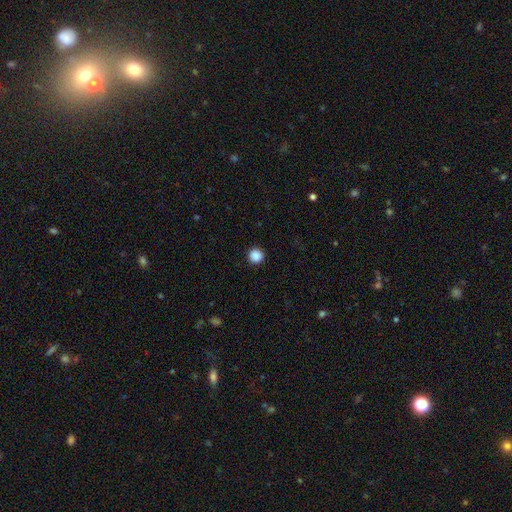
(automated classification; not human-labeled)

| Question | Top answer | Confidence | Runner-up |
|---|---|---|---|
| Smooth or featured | smooth | 88% | star or artifact (10%) |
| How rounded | round | 95% | in between (4%) |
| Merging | none | 92% | minor disturbance (5%) |